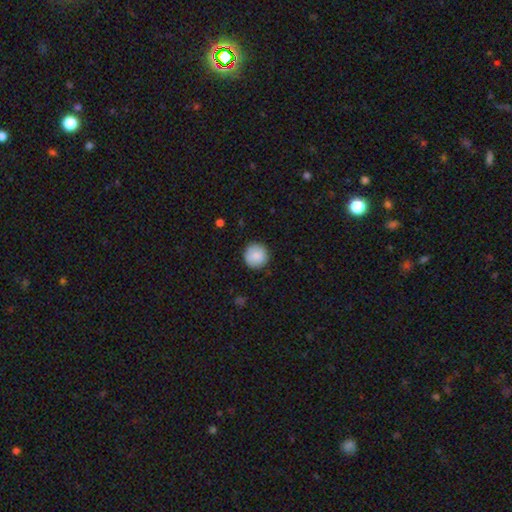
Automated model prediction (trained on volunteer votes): smooth-or-featured: smooth: 87% | star or artifact: 7% | featured or disk: 6%
  how-rounded: round: 96% | in between: 3% | cigar-shaped: 1%
  merging: none: 90% | minor disturbance: 7% | major disturbance: 2% | merger: 1%